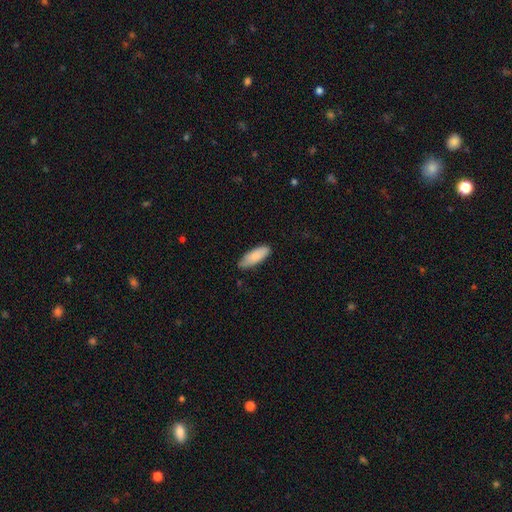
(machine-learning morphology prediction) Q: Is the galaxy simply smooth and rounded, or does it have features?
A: smooth — 86%.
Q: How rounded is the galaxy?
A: in between — 67%.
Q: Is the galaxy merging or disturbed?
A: none — 78%.